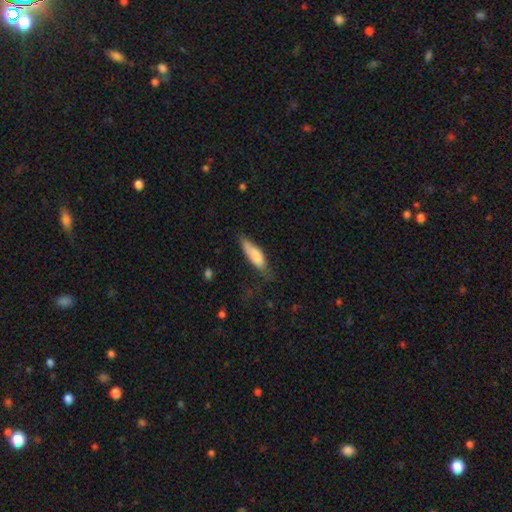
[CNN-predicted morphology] Q: Smooth or featured?
A: smooth (76%); runner-up: featured or disk (18%)
Q: How rounded?
A: in between (52%); runner-up: cigar-shaped (47%)
Q: Merging?
A: none (55%); runner-up: minor disturbance (33%)